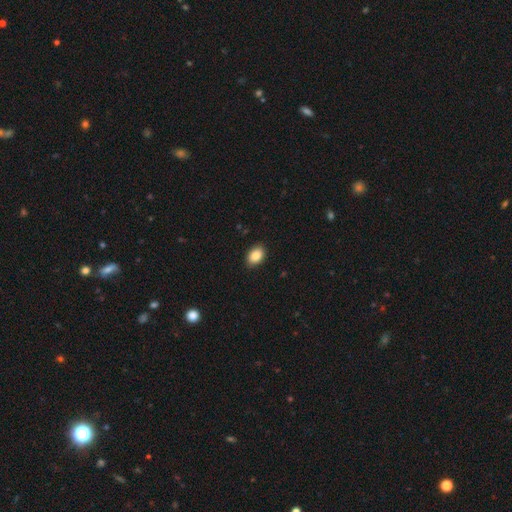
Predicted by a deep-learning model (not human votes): Overall: smooth (88%). How rounded: in between (82%). Merging: none (88%).